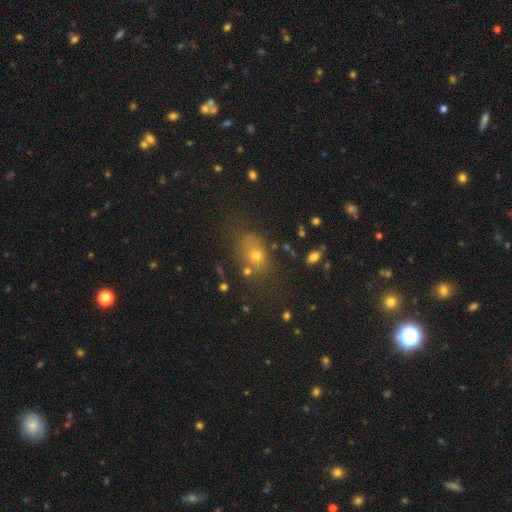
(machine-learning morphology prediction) Smooth or featured? smooth (65%)
How rounded? in between (62%)
Merging? none (64%)